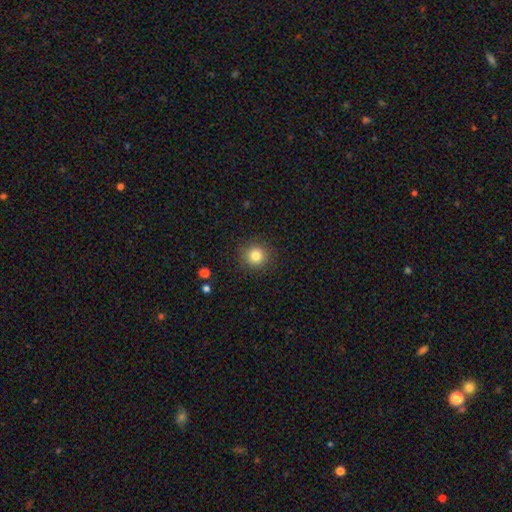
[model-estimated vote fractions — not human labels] Smooth or featured?
  - smooth: 82% *
  - star or artifact: 12%
  - featured or disk: 6%
How rounded?
  - round: 93% *
  - in between: 7%
  - cigar-shaped: 1%
Merging?
  - none: 90% *
  - minor disturbance: 7%
  - major disturbance: 2%
  - merger: 1%